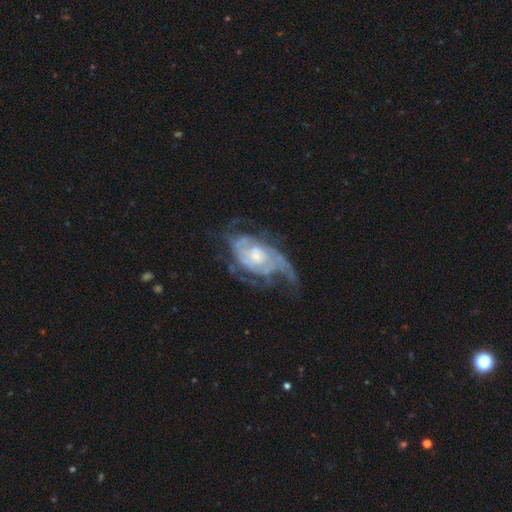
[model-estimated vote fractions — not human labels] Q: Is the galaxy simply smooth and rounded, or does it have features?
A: featured or disk — 84%.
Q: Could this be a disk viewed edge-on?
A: no — 96%.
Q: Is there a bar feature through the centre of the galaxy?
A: no — 68%.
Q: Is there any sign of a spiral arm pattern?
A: yes — 91%.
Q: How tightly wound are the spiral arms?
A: medium — 39%.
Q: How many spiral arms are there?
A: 2 — 36%.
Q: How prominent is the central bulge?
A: moderate — 48%.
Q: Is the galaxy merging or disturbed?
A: none — 45%.